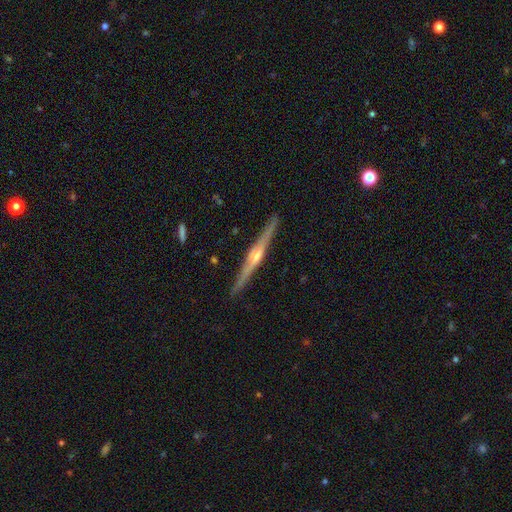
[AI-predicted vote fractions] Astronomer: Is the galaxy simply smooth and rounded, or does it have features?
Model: featured or disk — 85%.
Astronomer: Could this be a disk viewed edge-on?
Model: yes — 98%.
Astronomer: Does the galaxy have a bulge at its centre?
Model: rounded — 86%.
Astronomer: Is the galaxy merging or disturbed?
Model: none — 92%.